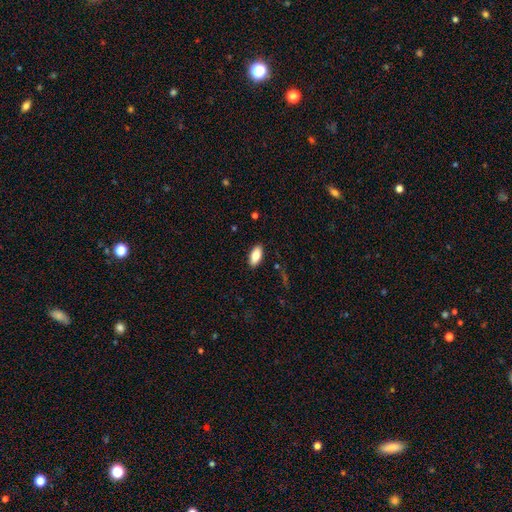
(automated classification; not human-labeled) This appears to be a smooth galaxy with no disk features (83%) that is in between round and cigar-shaped (89%). Merging: none (89%).